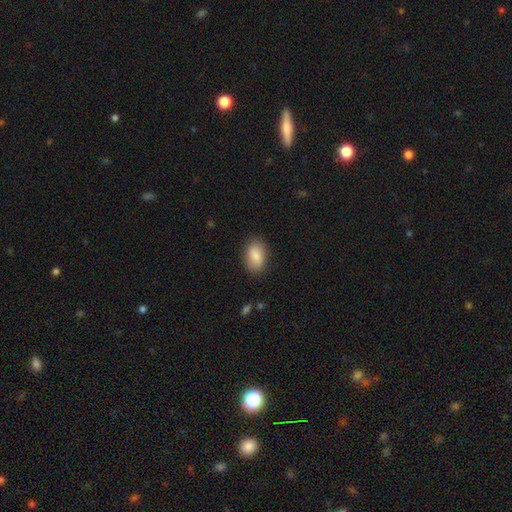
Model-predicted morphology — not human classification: smooth_or_featured: smooth (p=0.86) [alt: featured or disk p=0.07]
how_rounded: in between (p=0.90) [alt: round p=0.09]
merging: none (p=0.85) [alt: minor disturbance p=0.11]